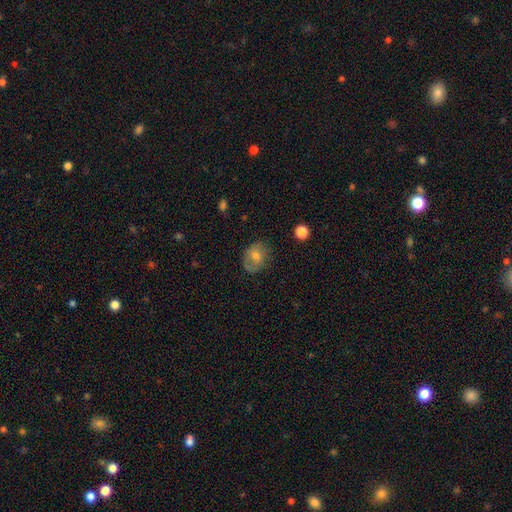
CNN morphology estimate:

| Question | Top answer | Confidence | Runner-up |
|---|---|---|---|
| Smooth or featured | smooth | 59% | featured or disk (30%) |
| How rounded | in between | 52% | round (47%) |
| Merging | none | 70% | minor disturbance (22%) |